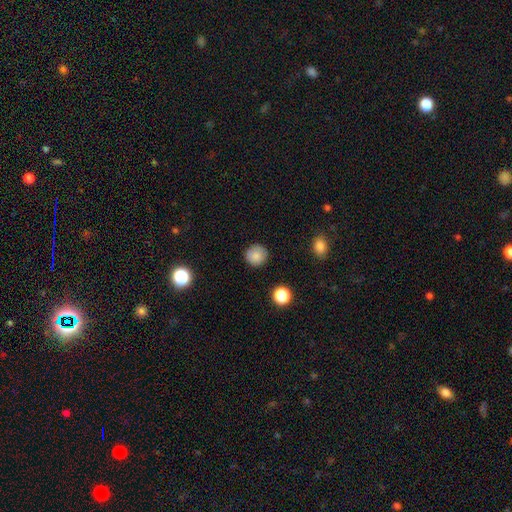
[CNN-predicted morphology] smooth 82%, star or artifact 10%, featured or disk 8%. Down the decision tree: how rounded — round (94%); merging — none (88%).